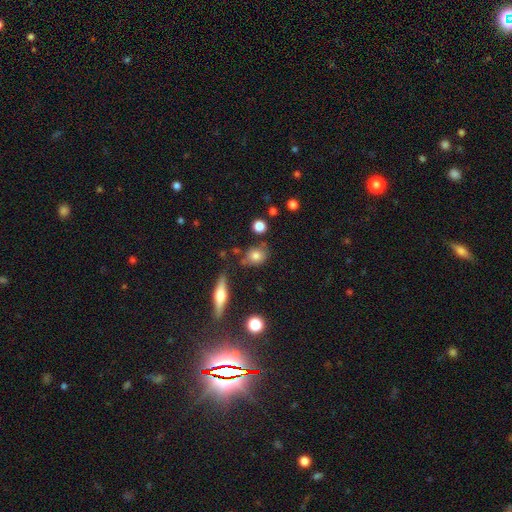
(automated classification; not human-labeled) Smooth or featured: smooth — 77% (featured or disk — 13%)
How rounded: round — 58% (in between — 39%)
Merging: none — 73% (minor disturbance — 15%)